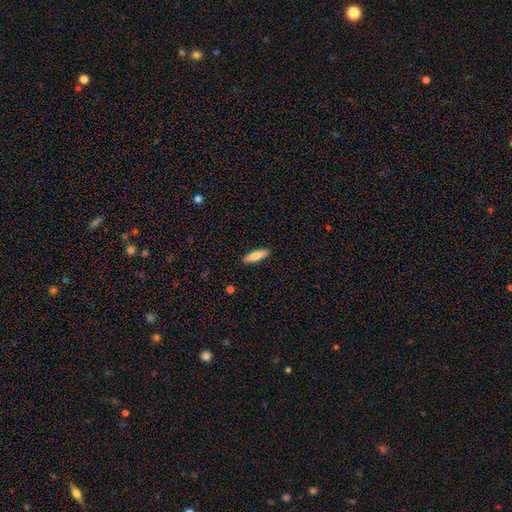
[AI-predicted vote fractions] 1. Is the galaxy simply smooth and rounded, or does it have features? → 75% smooth, 19% featured or disk, 6% star or artifact.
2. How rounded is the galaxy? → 65% cigar-shaped, 34% in between, 2% round.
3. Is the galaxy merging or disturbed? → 90% none, 7% minor disturbance, 2% major disturbance, 1% merger.